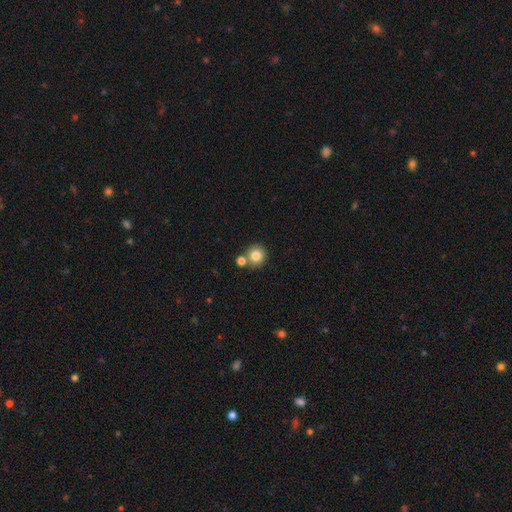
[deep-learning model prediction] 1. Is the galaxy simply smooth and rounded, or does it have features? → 81% smooth, 11% star or artifact, 9% featured or disk.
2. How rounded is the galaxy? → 89% round, 10% in between, 1% cigar-shaped.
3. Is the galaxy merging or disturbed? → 65% none, 24% merger, 9% minor disturbance, 3% major disturbance.